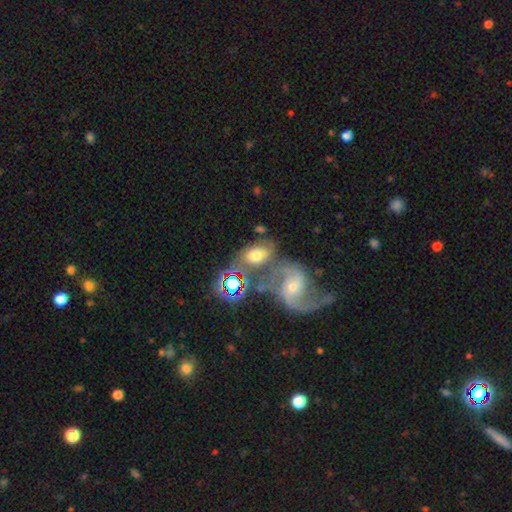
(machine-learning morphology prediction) Smooth or featured: smooth — 46% (featured or disk — 38%)
Merging: merger — 45% (none — 31%)